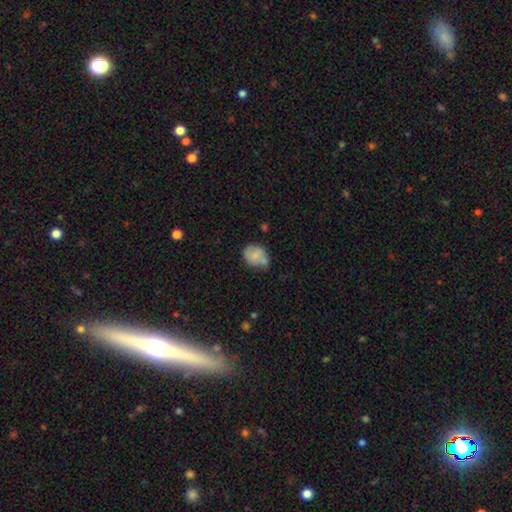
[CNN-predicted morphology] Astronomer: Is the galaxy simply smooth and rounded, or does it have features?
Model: smooth — 69%.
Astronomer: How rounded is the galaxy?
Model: round — 54% (runner-up: in between, 45%).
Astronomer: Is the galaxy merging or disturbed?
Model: none — 45% (runner-up: minor disturbance, 30%).